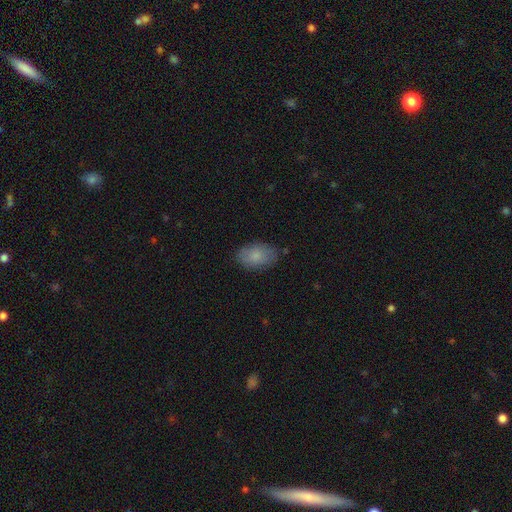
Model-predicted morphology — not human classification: Smooth or featured?
  - smooth: 82% *
  - featured or disk: 11%
  - star or artifact: 7%
How rounded?
  - in between: 91% *
  - round: 8%
  - cigar-shaped: 1%
Merging?
  - none: 81% *
  - minor disturbance: 14%
  - major disturbance: 3%
  - merger: 1%